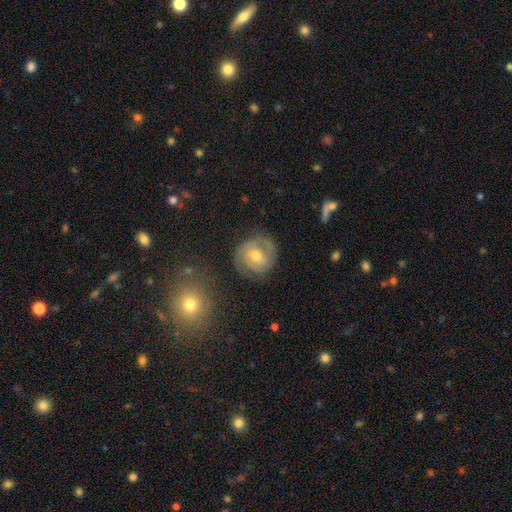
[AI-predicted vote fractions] This is likely a featured or disk galaxy (72%). It is clearly not viewed edge-on (97%). Bar: possibly weak (51%). Spiral arm pattern: clearly yes (89%). Spiral arm count: likely 2 (64%). Spiral winding: possibly tight (52%). Central bulge: possibly moderate (57%). Merging: likely none (75%).